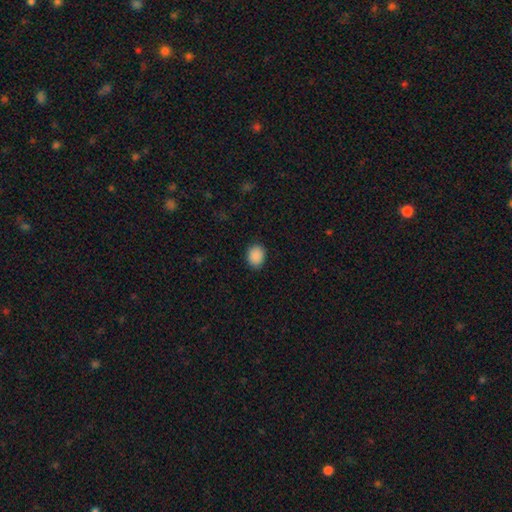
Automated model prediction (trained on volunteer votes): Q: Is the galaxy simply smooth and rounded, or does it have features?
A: smooth — 89%.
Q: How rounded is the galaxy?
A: in between — 52%.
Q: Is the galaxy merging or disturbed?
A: none — 88%.